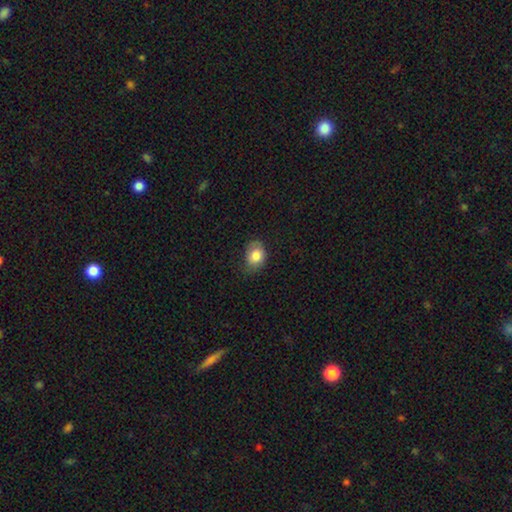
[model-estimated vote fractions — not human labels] Smooth or featured: smooth — 82% (featured or disk — 10%)
How rounded: in between — 55% (round — 44%)
Merging: none — 57% (minor disturbance — 32%)